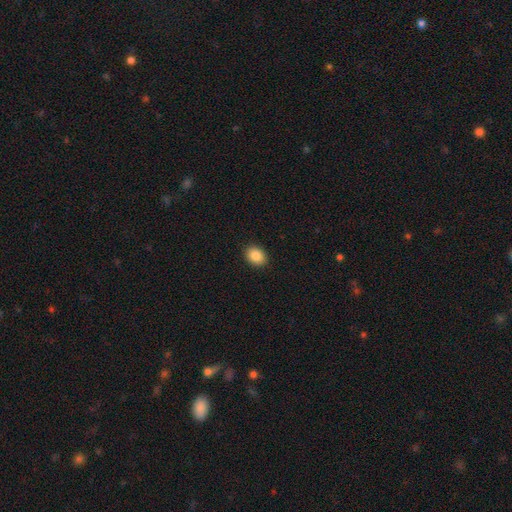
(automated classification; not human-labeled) smooth 87%, star or artifact 8%, featured or disk 5%. Down the decision tree: how rounded — in between (65%); merging — none (91%).